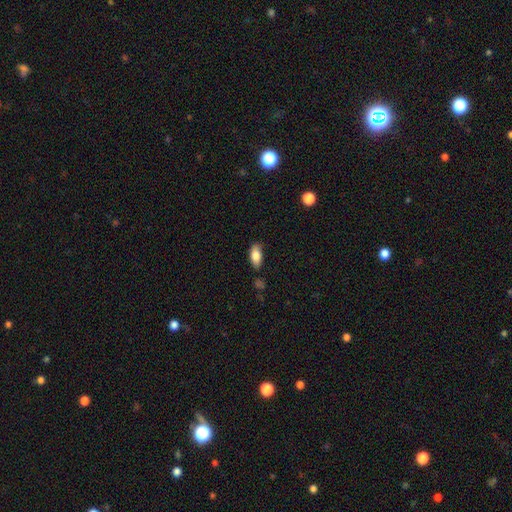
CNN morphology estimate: Smooth or featured: smooth — 83% (featured or disk — 10%)
How rounded: in between — 87% (cigar-shaped — 10%)
Merging: none — 81% (minor disturbance — 14%)